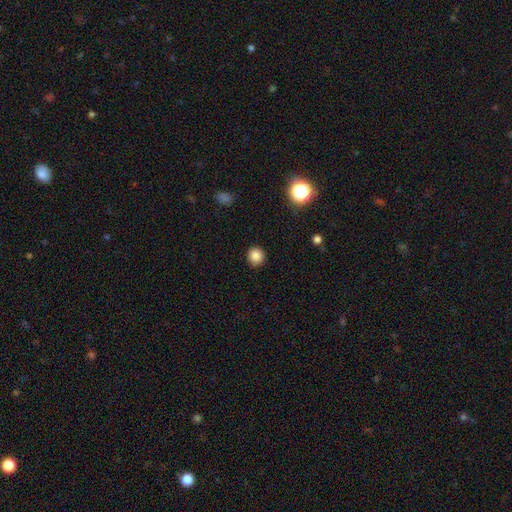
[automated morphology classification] Smooth or featured? Predicted: smooth (p=0.86). How rounded? Predicted: round (p=0.91). Merging? Predicted: none (p=0.91).